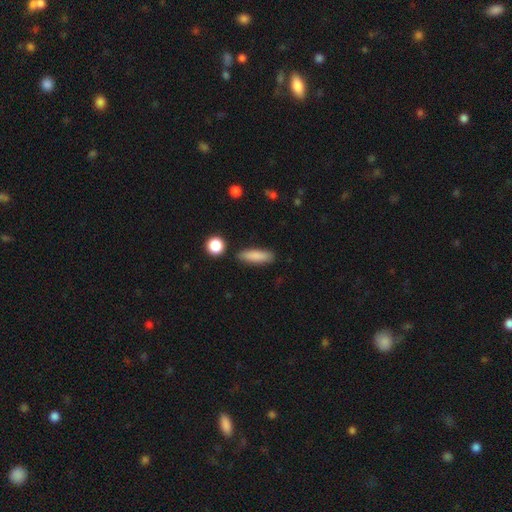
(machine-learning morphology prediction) Smooth or featured?
  - smooth: 85% *
  - featured or disk: 8%
  - star or artifact: 7%
How rounded?
  - cigar-shaped: 58% *
  - in between: 39%
  - round: 3%
Merging?
  - none: 86% *
  - minor disturbance: 9%
  - merger: 3%
  - major disturbance: 2%